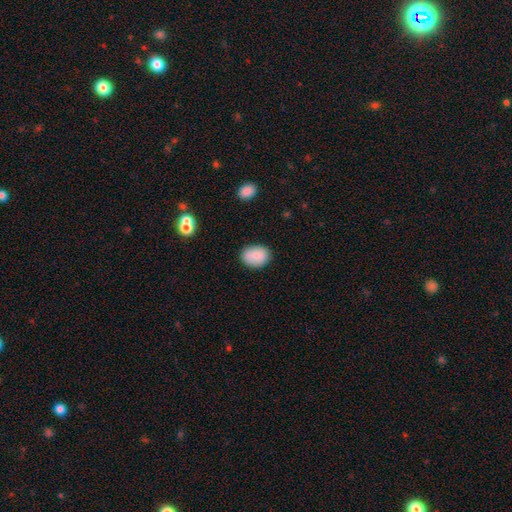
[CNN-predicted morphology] Smooth or featured? smooth (85%)
How rounded? in between (67%)
Merging? none (77%)